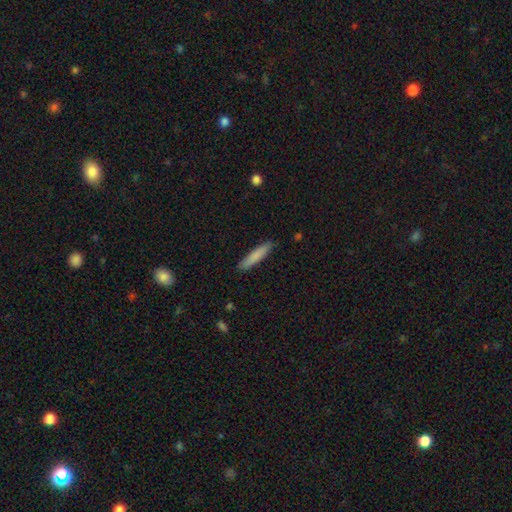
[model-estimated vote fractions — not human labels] smooth 81%, featured or disk 14%, star or artifact 6%. Down the decision tree: how rounded — cigar-shaped (88%); merging — none (89%).